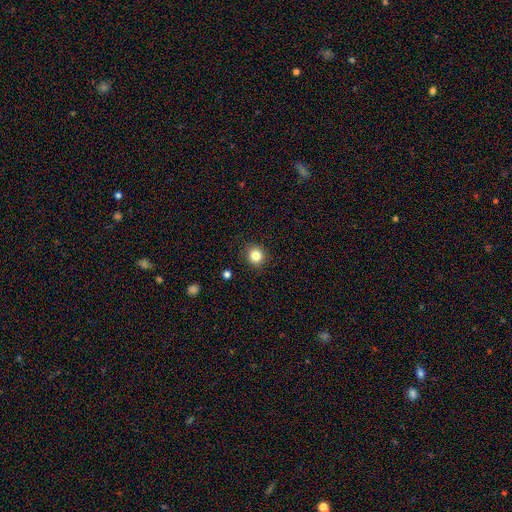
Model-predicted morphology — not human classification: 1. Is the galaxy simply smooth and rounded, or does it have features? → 83% smooth, 11% star or artifact, 6% featured or disk.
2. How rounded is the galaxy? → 89% round, 10% in between, 1% cigar-shaped.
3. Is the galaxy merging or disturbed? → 90% none, 7% minor disturbance, 2% major disturbance, 1% merger.